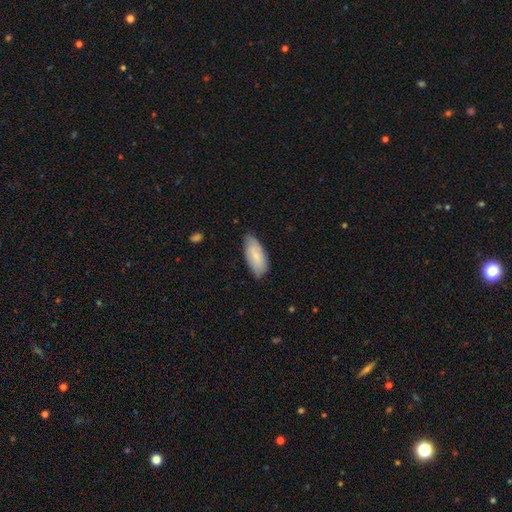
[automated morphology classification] This is likely a smooth galaxy (77%). How rounded: clearly in between (87%). Merging: likely none (73%).